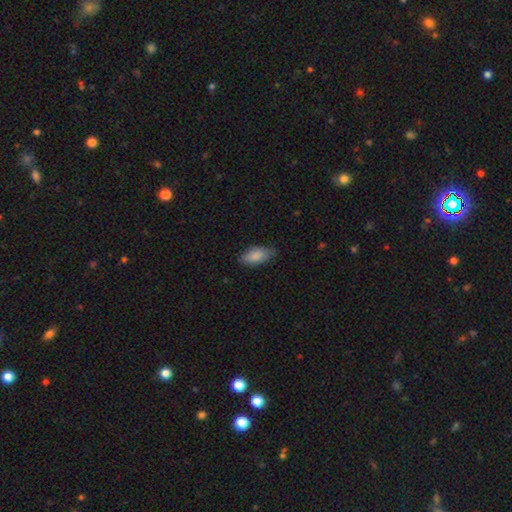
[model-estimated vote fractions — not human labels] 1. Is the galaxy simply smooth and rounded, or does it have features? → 86% smooth, 8% featured or disk, 6% star or artifact.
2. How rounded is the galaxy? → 89% in between, 9% cigar-shaped, 2% round.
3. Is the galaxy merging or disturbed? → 73% none, 22% minor disturbance, 4% major disturbance, 1% merger.